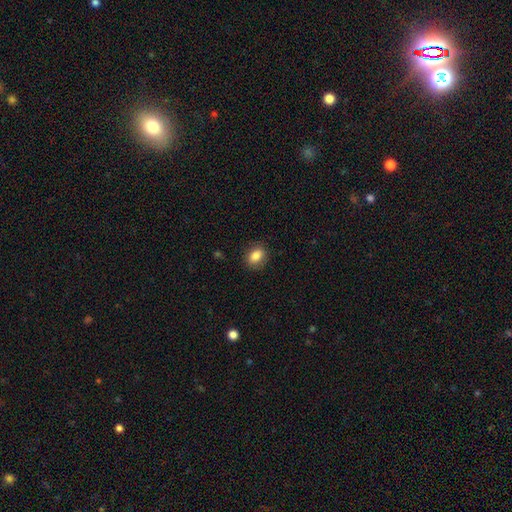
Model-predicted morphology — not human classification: smooth_or_featured: smooth (p=0.85) [alt: star or artifact p=0.09]
how_rounded: in between (p=0.62) [alt: round p=0.36]
merging: none (p=0.87) [alt: minor disturbance p=0.10]